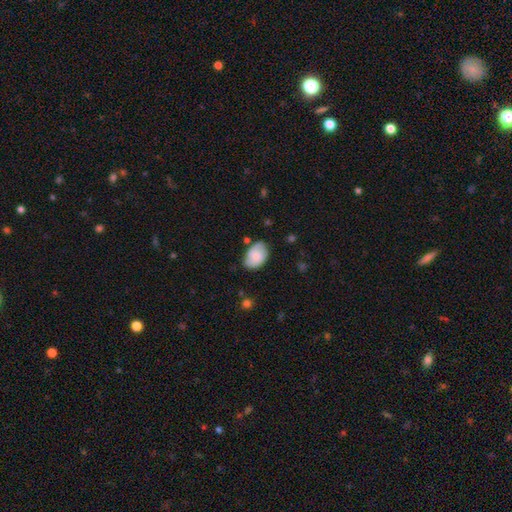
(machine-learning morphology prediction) A smooth galaxy with no disk features (68%) that is in between round and cigar-shaped (84%).

Vote fractions:
- Smooth or featured? smooth: 68% / featured or disk: 25% / star or artifact: 8%
- How rounded? in between: 84% / round: 15% / cigar-shaped: 1%
- Merging? none: 63% / minor disturbance: 27% / major disturbance: 6% / merger: 4%